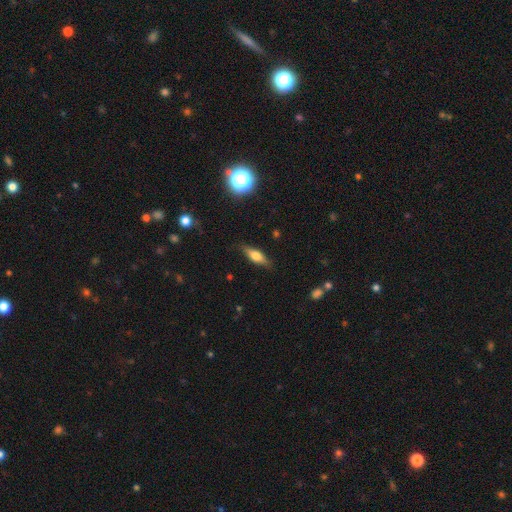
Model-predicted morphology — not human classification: Smooth or featured? smooth (56%)
How rounded? in between (52%)
Merging? none (83%)